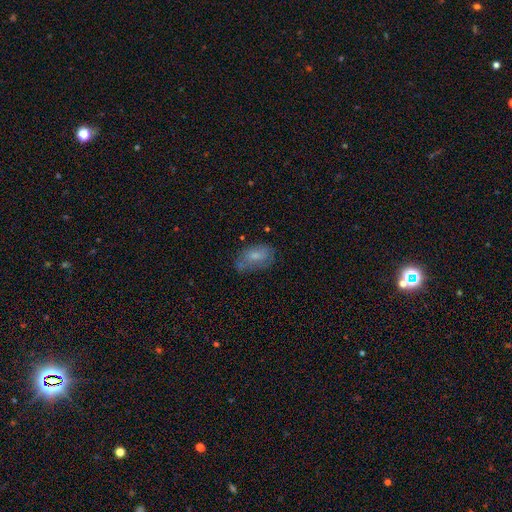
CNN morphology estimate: smooth-or-featured: smooth: 65% | featured or disk: 26% | star or artifact: 8%
  how-rounded: in between: 90% | round: 8% | cigar-shaped: 3%
  merging: none: 54% | minor disturbance: 29% | major disturbance: 11% | merger: 6%